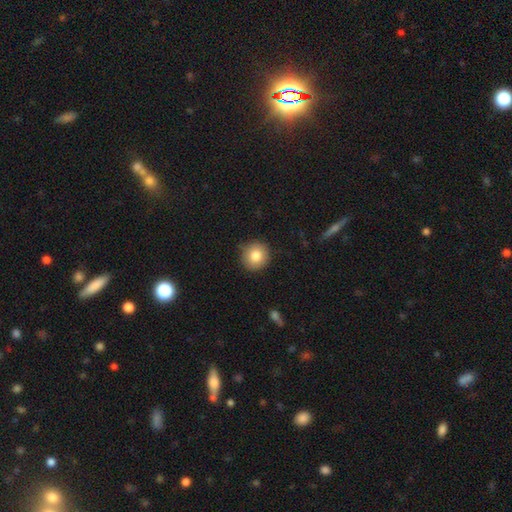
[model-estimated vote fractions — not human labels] Q: Smooth or featured?
A: smooth (82%); runner-up: star or artifact (9%)
Q: How rounded?
A: round (92%); runner-up: in between (7%)
Q: Merging?
A: none (86%); runner-up: minor disturbance (11%)